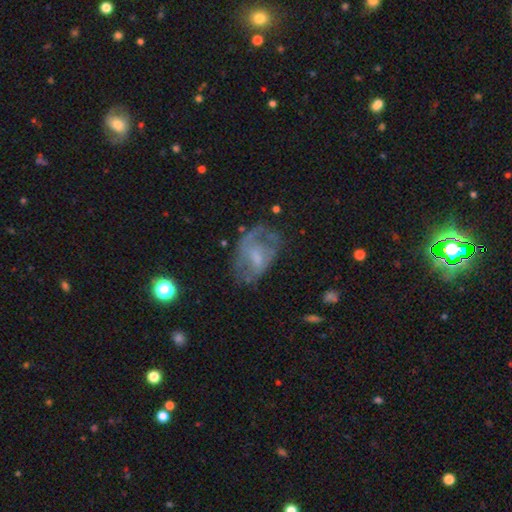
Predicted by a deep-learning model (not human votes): A featured or disk galaxy (59%) with no bar (53%), spiral arms (53%) and a small central bulge (38%).

Vote fractions:
- Smooth or featured? featured or disk: 59% / smooth: 31% / star or artifact: 10%
- Edge-on disk? no: 96% / yes: 4%
- Bar? no: 53% / weak: 39% / strong: 7%
- Spiral arms? yes: 53% / no: 47%
- Bulge size? small: 38% / moderate: 32% / none: 24% / large: 4% / dominant: 1%
- Merging? none: 45% / major disturbance: 27% / minor disturbance: 25% / merger: 3%